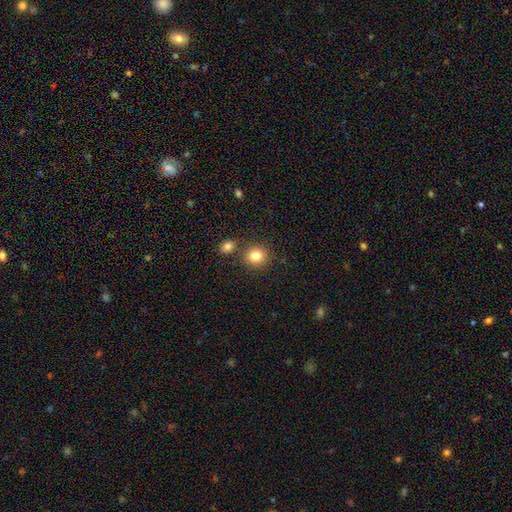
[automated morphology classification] smooth-or-featured: smooth: 83% | star or artifact: 11% | featured or disk: 6%
  how-rounded: round: 86% | in between: 13% | cigar-shaped: 1%
  merging: none: 79% | merger: 10% | minor disturbance: 8% | major disturbance: 3%